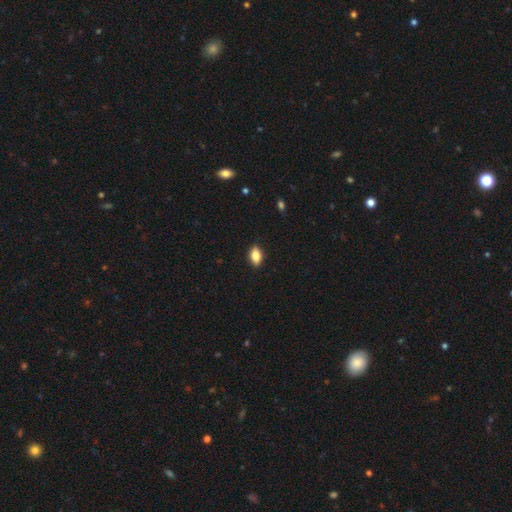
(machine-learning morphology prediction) Smooth or featured: smooth — 82% (featured or disk — 11%)
How rounded: in between — 88% (round — 8%)
Merging: none — 88% (minor disturbance — 9%)